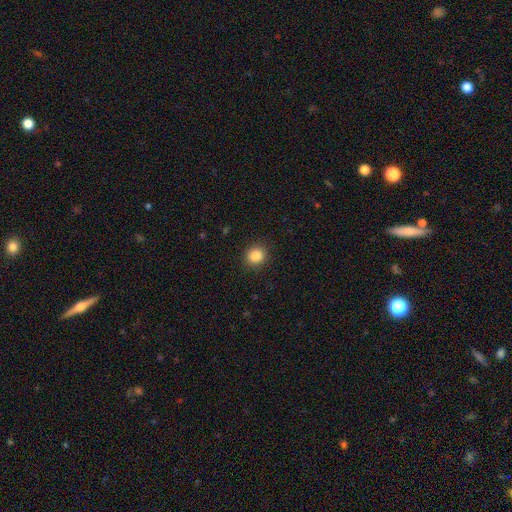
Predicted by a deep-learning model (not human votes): A smooth galaxy with no disk features (86%) that is round (84%). Merging: none (90%).